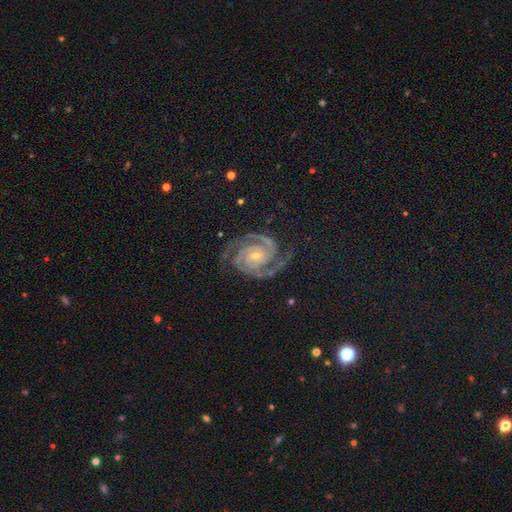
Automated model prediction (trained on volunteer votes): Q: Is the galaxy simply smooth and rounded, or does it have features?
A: featured or disk — 90%.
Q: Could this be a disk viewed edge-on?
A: no — 98%.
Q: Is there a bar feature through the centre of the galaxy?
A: no — 69%.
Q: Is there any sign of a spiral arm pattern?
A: yes — 99%.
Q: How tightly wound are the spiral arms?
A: tight — 71%.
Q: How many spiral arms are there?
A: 2 — 86%.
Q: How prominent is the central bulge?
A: small — 69%.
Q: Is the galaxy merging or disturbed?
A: none — 80%.